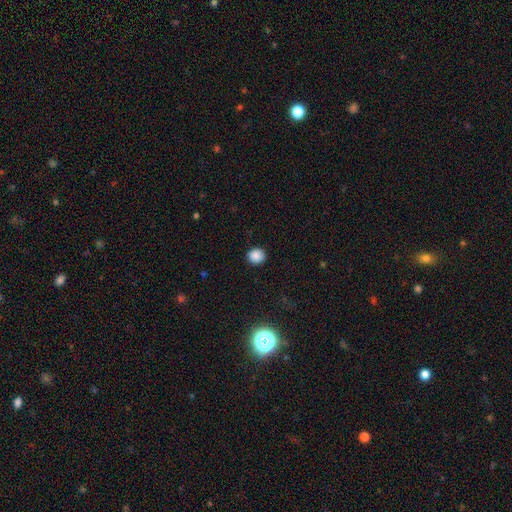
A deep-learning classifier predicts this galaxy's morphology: A smooth galaxy with no disk features (86%) that is round (85%). Merging: none (90%).